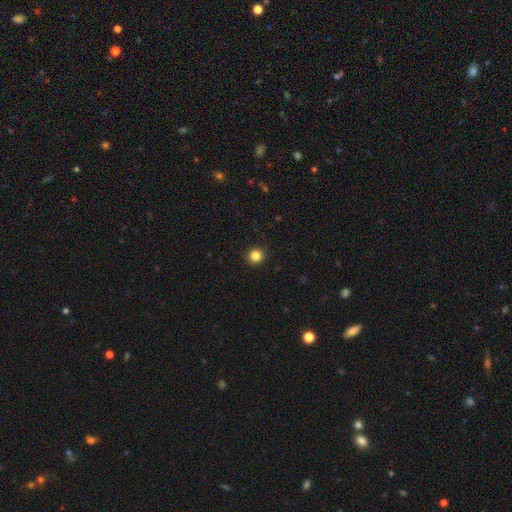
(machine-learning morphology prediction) A smooth galaxy with no disk features (84%) that is round (94%).

Vote fractions:
- Smooth or featured? smooth: 84% / star or artifact: 12% / featured or disk: 4%
- How rounded? round: 94% / in between: 5% / cigar-shaped: 1%
- Merging? none: 92% / minor disturbance: 5% / major disturbance: 2% / merger: 1%